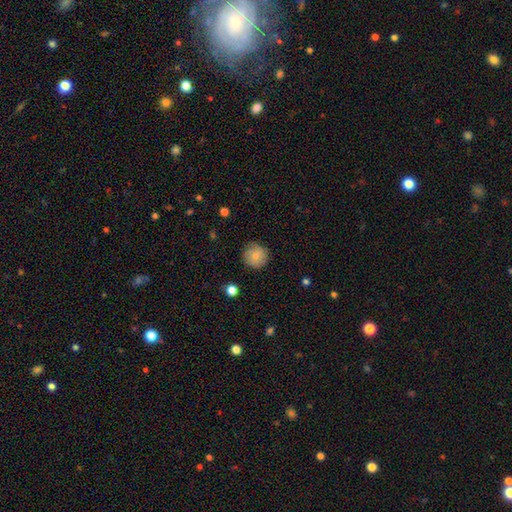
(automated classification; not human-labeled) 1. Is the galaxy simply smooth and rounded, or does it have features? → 79% smooth, 14% featured or disk, 8% star or artifact.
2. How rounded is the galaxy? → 94% round, 5% in between, 1% cigar-shaped.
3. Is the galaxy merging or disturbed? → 83% none, 13% minor disturbance, 3% major disturbance, 1% merger.